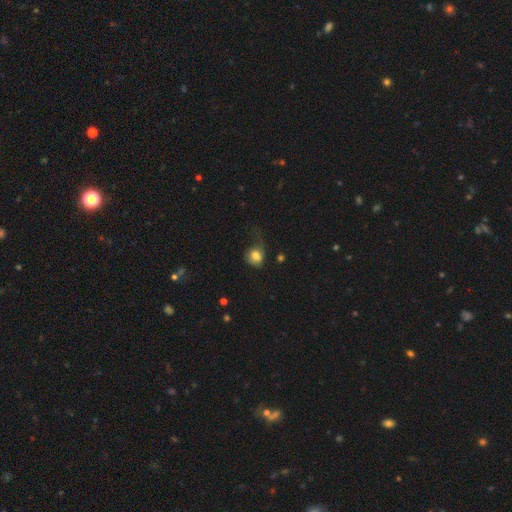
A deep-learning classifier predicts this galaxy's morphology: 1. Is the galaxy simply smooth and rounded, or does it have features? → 75% smooth, 16% featured or disk, 9% star or artifact.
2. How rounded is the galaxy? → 64% round, 35% in between, 1% cigar-shaped.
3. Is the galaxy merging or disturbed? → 39% major disturbance, 31% none, 27% minor disturbance, 3% merger.